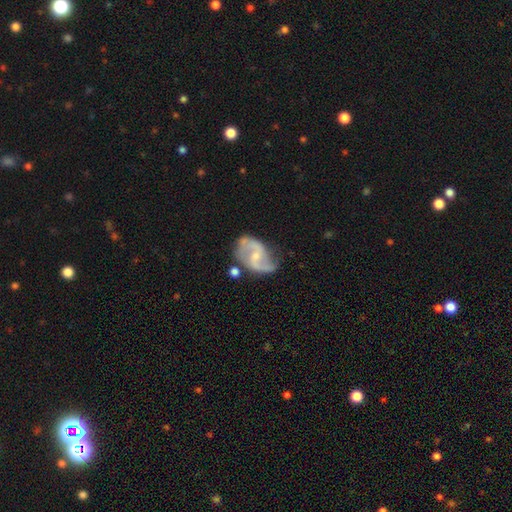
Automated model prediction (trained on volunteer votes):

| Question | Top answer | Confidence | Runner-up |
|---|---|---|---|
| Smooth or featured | featured or disk | 85% | smooth (10%) |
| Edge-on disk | no | 97% | yes (3%) |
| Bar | weak | 49% | no (36%) |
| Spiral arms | yes | 94% | no (6%) |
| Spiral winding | loose | 47% | medium (42%) |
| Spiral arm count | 2 | 88% | can't tell (5%) |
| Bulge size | small | 59% | moderate (30%) |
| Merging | none | 56% | minor disturbance (25%) |